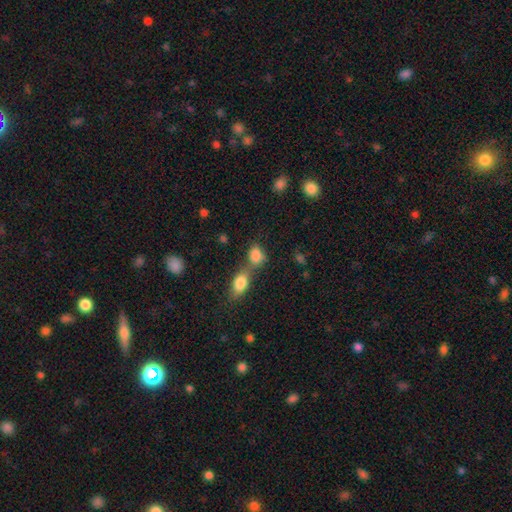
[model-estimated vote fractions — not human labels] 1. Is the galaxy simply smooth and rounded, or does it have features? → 84% smooth, 10% star or artifact, 7% featured or disk.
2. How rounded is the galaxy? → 68% in between, 29% round, 3% cigar-shaped.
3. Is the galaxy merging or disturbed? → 47% merger, 38% none, 10% minor disturbance, 5% major disturbance.